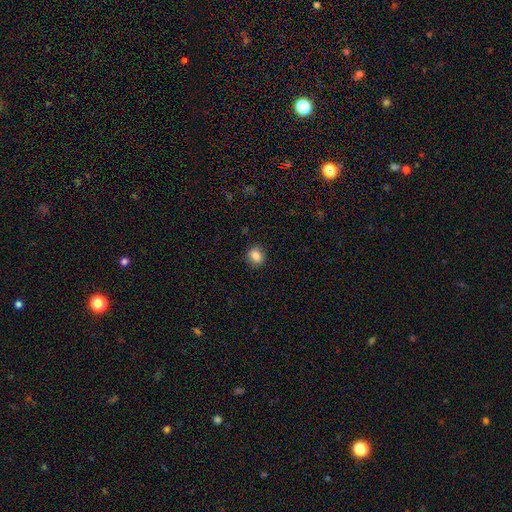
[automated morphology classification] This is clearly a smooth galaxy (84%). How rounded: likely round (67%). Merging: clearly none (88%).